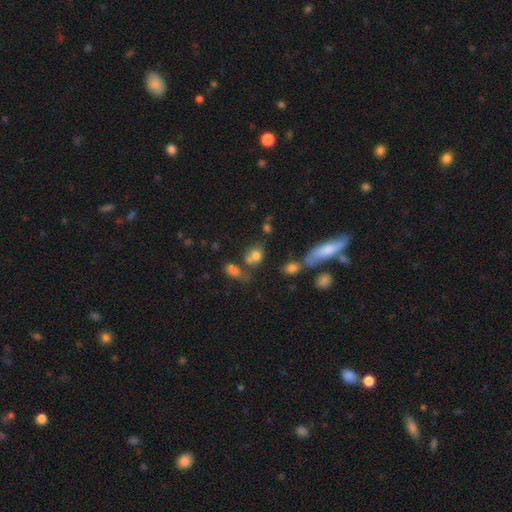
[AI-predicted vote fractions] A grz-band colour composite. It shows a smooth galaxy with no disk features (75%) that is in between round and cigar-shaped (51%). Merging: none (47%).